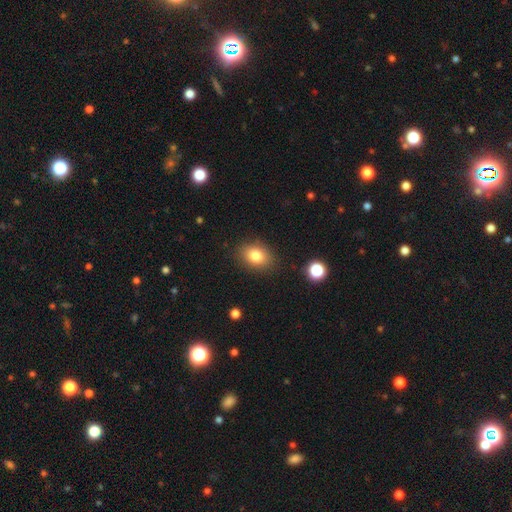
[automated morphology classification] Smooth or featured? smooth (80%)
How rounded? in between (66%)
Merging? none (85%)